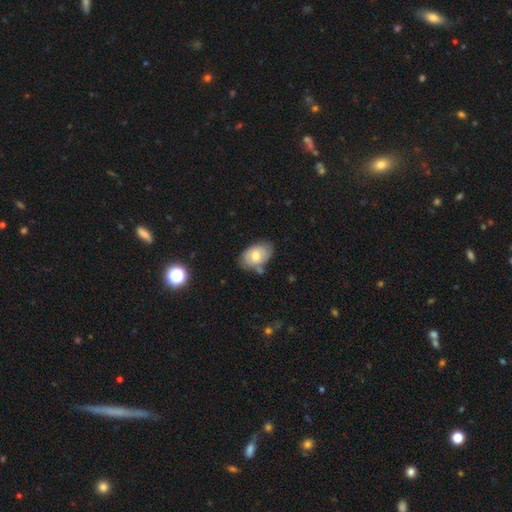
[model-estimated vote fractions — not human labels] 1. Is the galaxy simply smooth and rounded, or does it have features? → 64% smooth, 28% featured or disk, 8% star or artifact.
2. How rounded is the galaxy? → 87% in between, 12% round, 1% cigar-shaped.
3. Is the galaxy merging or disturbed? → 65% none, 23% minor disturbance, 7% merger, 5% major disturbance.